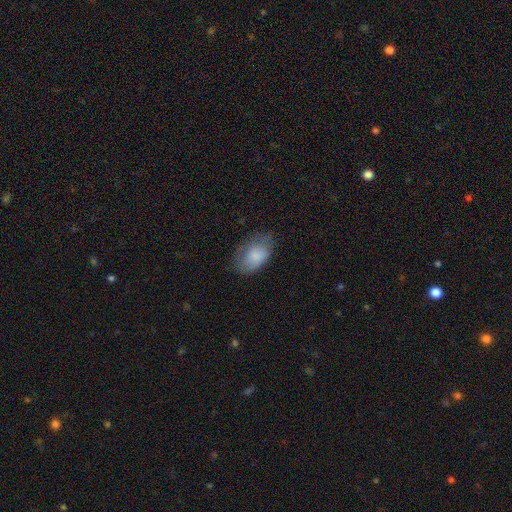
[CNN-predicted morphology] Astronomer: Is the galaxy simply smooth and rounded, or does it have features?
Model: smooth — 80%.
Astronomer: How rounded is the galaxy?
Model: in between — 91%.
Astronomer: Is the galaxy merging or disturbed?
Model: none — 58%.